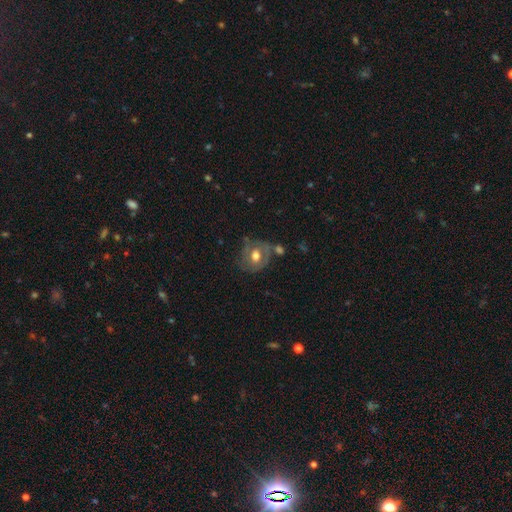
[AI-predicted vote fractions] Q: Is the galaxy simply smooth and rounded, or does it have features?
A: featured or disk — 49%.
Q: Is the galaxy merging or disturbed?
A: none — 52%.